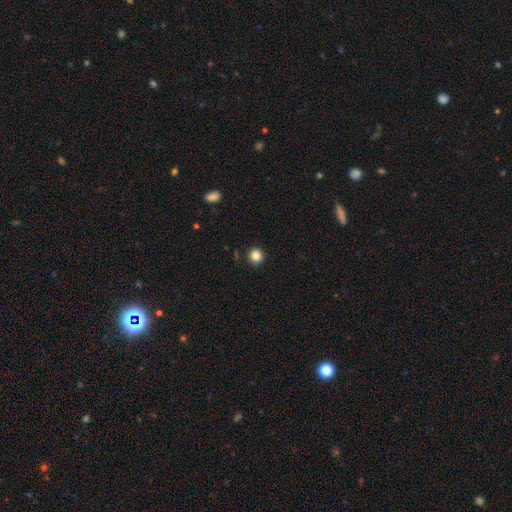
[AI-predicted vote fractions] smooth 84%, star or artifact 11%, featured or disk 5%. Down the decision tree: how rounded — round (92%); merging — none (91%).